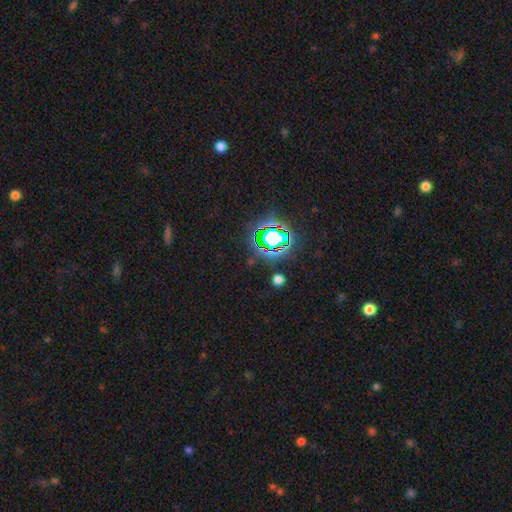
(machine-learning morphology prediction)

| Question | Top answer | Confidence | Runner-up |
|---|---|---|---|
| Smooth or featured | star or artifact | 81% | smooth (12%) |